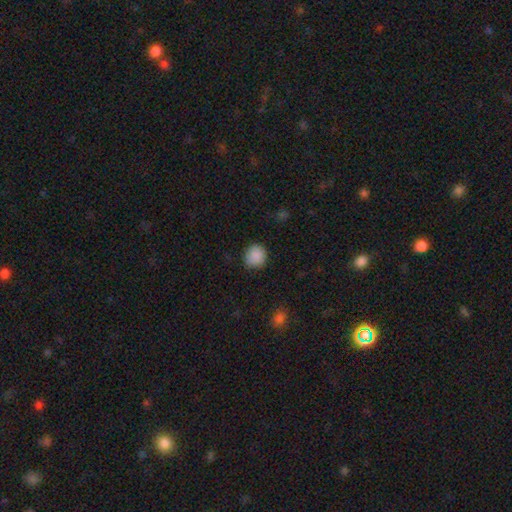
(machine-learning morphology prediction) A smooth galaxy with no disk features (89%) that is round (90%). Merging: none (87%).